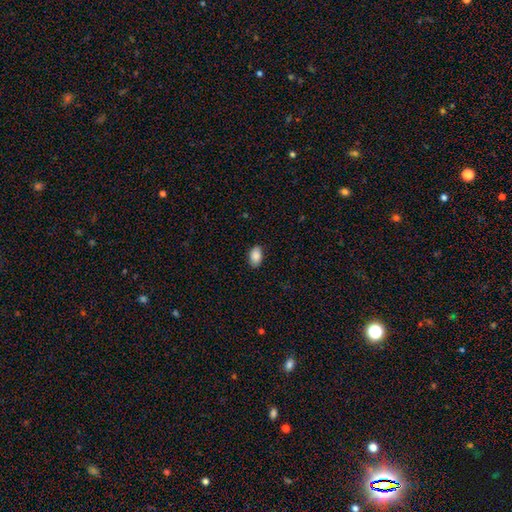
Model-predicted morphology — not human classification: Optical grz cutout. It shows a smooth galaxy with no disk features (89%) that is in between round and cigar-shaped (91%). Merging: none (86%).